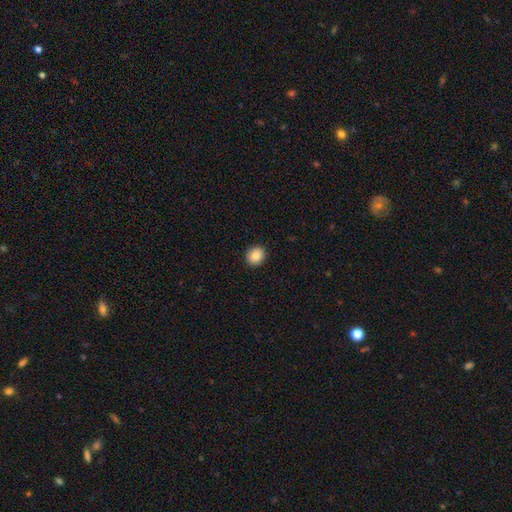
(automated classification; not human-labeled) A smooth galaxy with no disk features (87%) that is round (68%).

Vote fractions:
- Smooth or featured? smooth: 87% / star or artifact: 9% / featured or disk: 4%
- How rounded? round: 68% / in between: 31% / cigar-shaped: 1%
- Merging? none: 91% / minor disturbance: 6% / major disturbance: 2% / merger: 1%